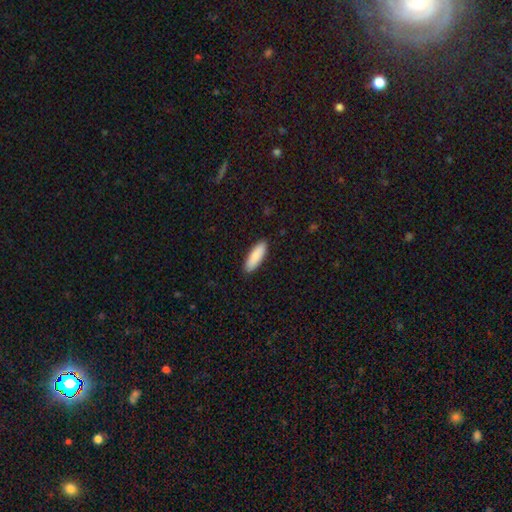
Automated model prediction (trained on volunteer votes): This appears to be a smooth galaxy with no disk features (88%) that is in between round and cigar-shaped (54%). Merging: none (90%).